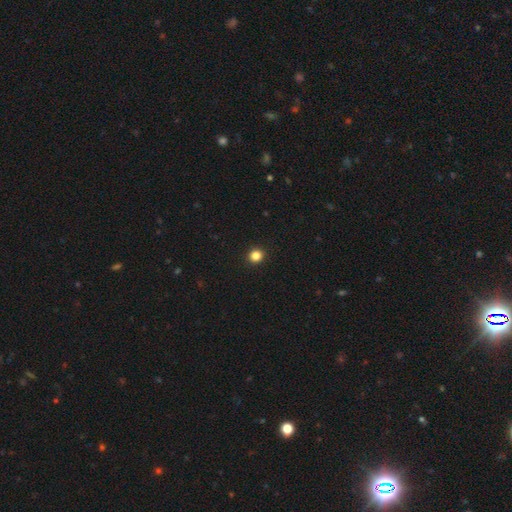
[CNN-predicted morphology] smooth_or_featured: smooth (p=0.84) [alt: star or artifact p=0.12]
how_rounded: round (p=0.91) [alt: in between p=0.08]
merging: none (p=0.94) [alt: minor disturbance p=0.04]